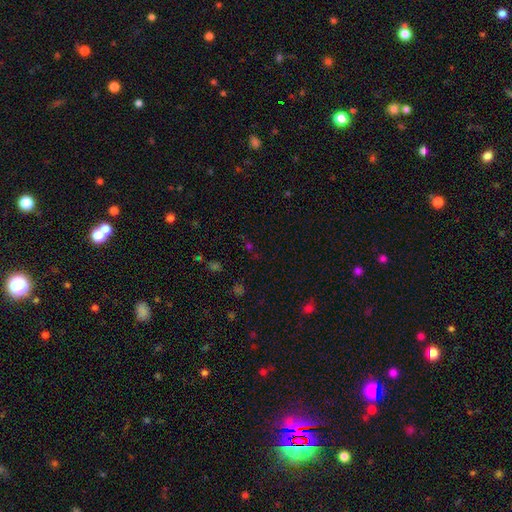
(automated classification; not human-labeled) Smooth or featured?
  - star or artifact: 54% *
  - smooth: 38%
  - featured or disk: 8%